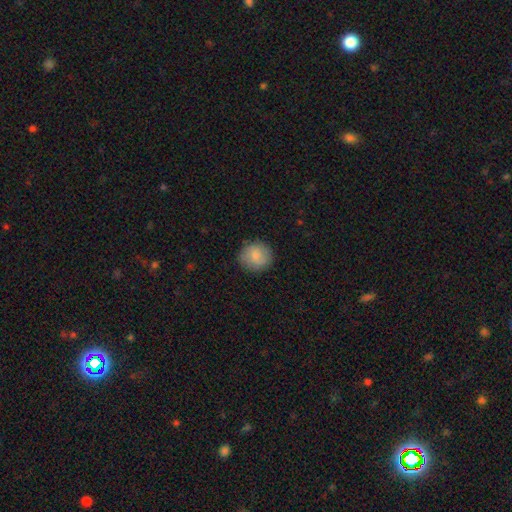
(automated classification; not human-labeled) Q: Smooth or featured?
A: smooth (83%); runner-up: featured or disk (10%)
Q: How rounded?
A: round (89%); runner-up: in between (10%)
Q: Merging?
A: none (86%); runner-up: minor disturbance (10%)